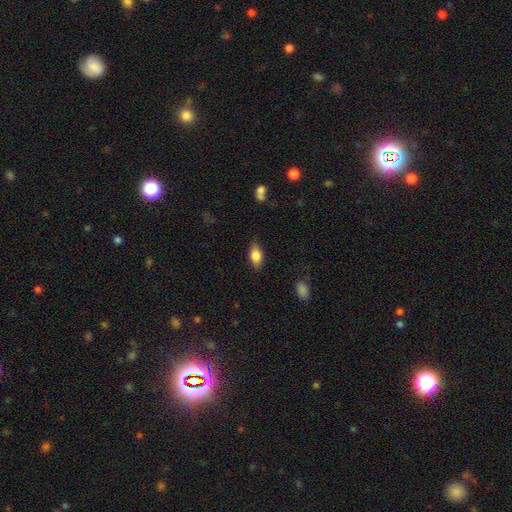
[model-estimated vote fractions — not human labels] Smooth or featured? Predicted: smooth (p=0.79). How rounded? Predicted: in between (p=0.86). Merging? Predicted: none (p=0.79).